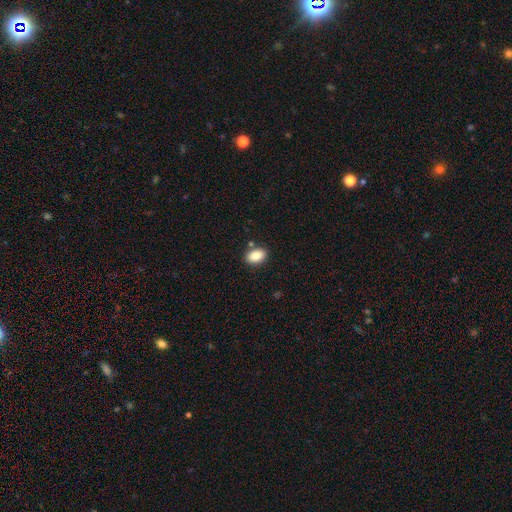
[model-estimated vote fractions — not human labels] Morphology: type=smooth (87%); roundness=in between (85%); merging=none (83%).